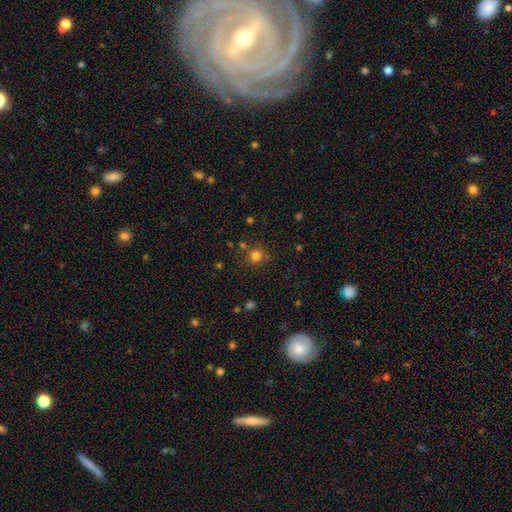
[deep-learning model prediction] This is likely a smooth galaxy (79%). How rounded: clearly round (92%). Merging: clearly none (81%).